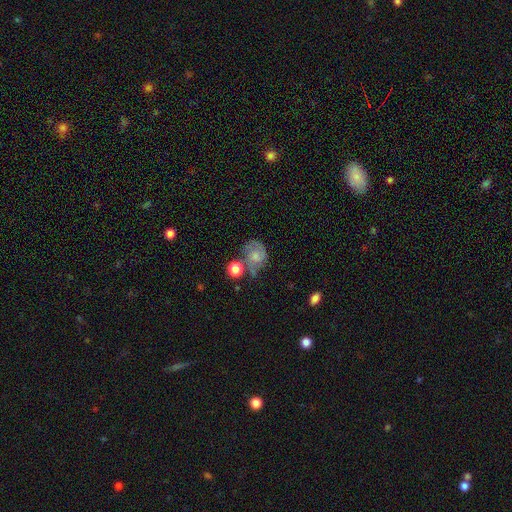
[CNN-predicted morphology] type=featured or disk (47%); merging=none (40%).